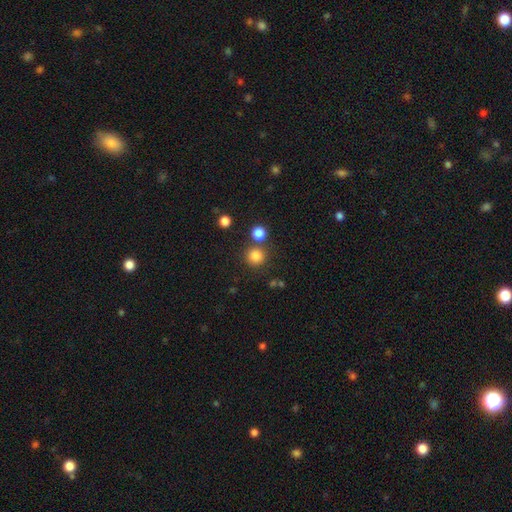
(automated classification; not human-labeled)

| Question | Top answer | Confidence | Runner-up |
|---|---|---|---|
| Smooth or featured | smooth | 82% | star or artifact (14%) |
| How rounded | round | 93% | in between (6%) |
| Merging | none | 79% | merger (11%) |